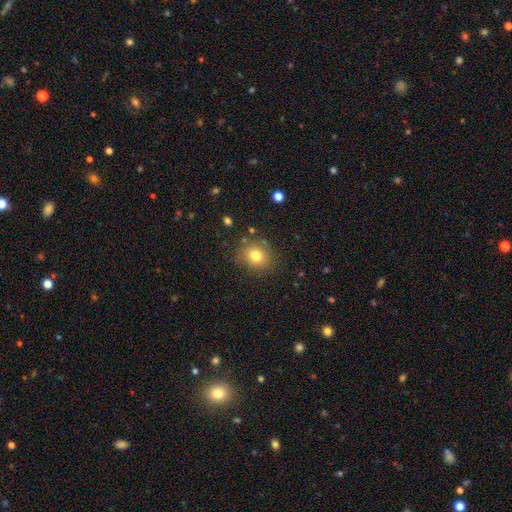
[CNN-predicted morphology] A smooth galaxy with no disk features (78%) that is round (80%).

Vote fractions:
- Smooth or featured? smooth: 78% / star or artifact: 12% / featured or disk: 10%
- How rounded? round: 80% / in between: 19% / cigar-shaped: 1%
- Merging? none: 81% / minor disturbance: 12% / major disturbance: 4% / merger: 3%